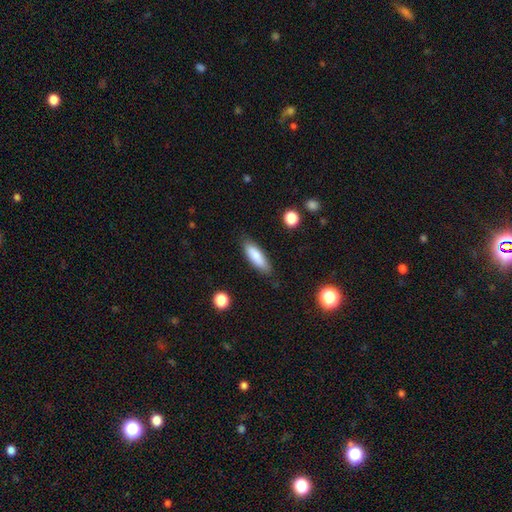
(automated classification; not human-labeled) Morphology: type=smooth (83%); roundness=in between (50%); merging=none (84%).